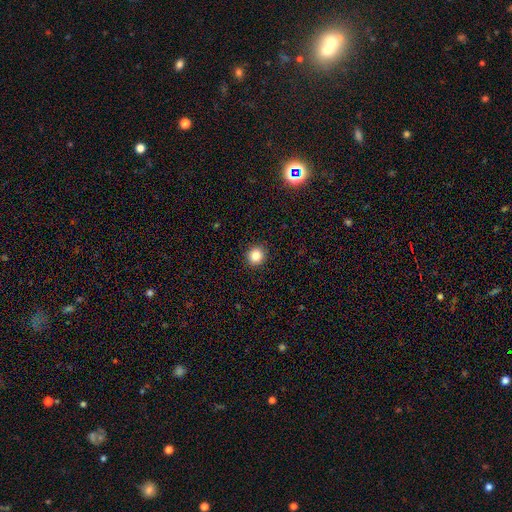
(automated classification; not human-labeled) Smooth or featured: smooth — 85% (star or artifact — 11%)
How rounded: round — 90% (in between — 9%)
Merging: none — 92% (minor disturbance — 5%)